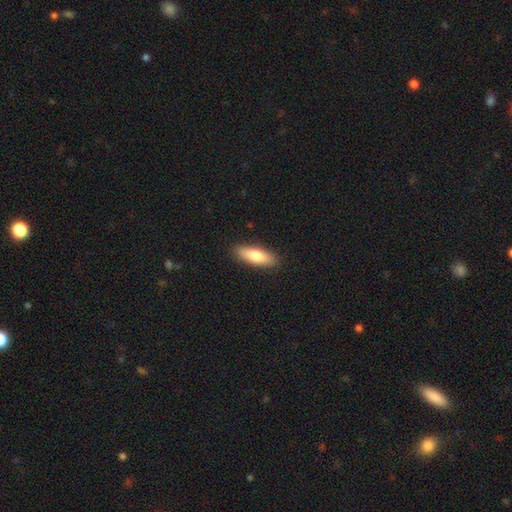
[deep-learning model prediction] This appears to be a smooth galaxy with no disk features (78%) that is in between round and cigar-shaped (55%). Merging: none (89%).